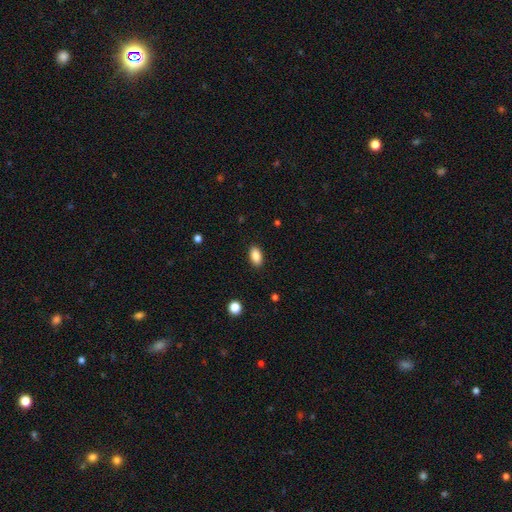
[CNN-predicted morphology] Smooth or featured? smooth (88%)
How rounded? in between (92%)
Merging? none (89%)